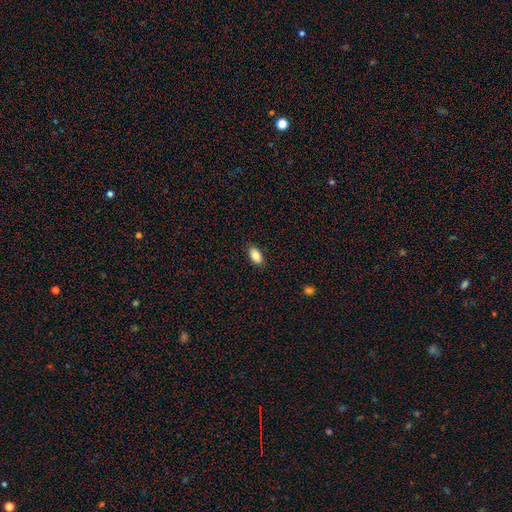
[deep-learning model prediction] Morphology: type=smooth (84%); roundness=in between (92%); merging=none (88%).